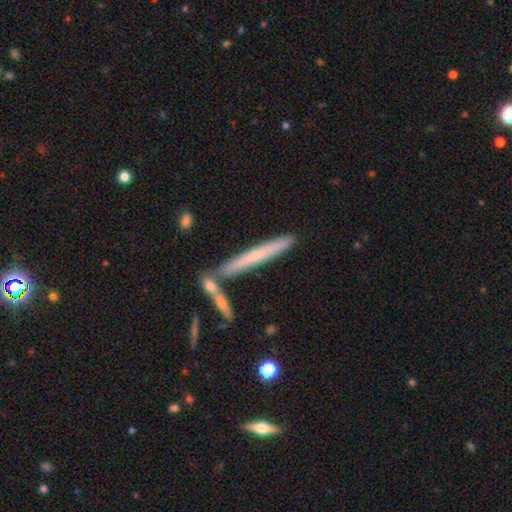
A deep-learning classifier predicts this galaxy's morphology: smooth 48%, featured or disk 45%, star or artifact 7%. Down the decision tree: merging — none (76%).